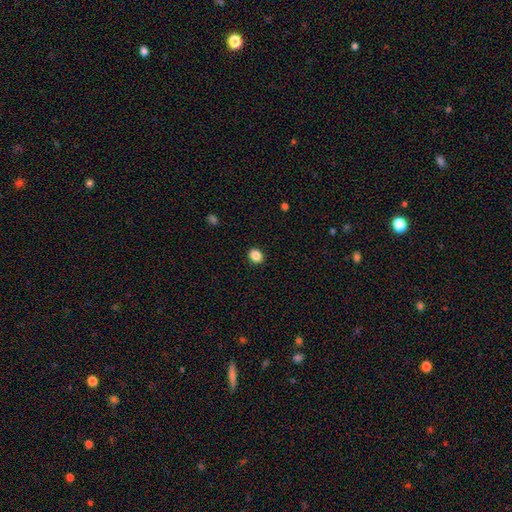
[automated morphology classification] type=smooth (87%); roundness=in between (51%); merging=none (90%).